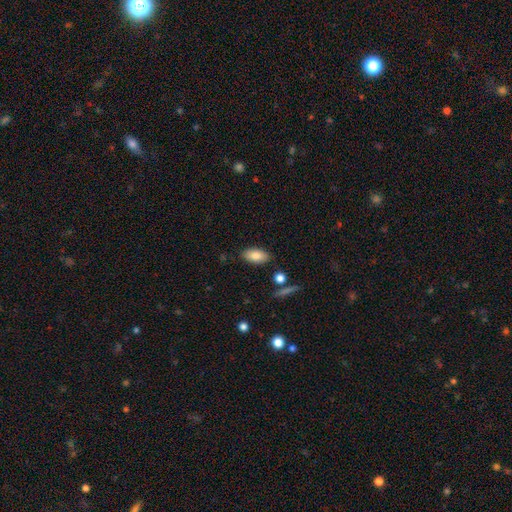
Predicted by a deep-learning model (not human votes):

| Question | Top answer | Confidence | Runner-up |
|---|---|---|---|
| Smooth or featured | smooth | 84% | featured or disk (9%) |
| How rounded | in between | 92% | cigar-shaped (4%) |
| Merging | none | 84% | minor disturbance (10%) |